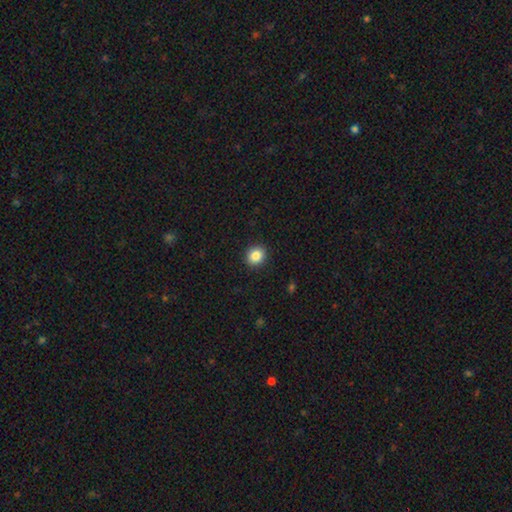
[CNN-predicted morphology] A smooth galaxy with no disk features (86%) that is round (73%).

Vote fractions:
- Smooth or featured? smooth: 86% / star or artifact: 9% / featured or disk: 4%
- How rounded? round: 73% / in between: 26% / cigar-shaped: 1%
- Merging? none: 91% / minor disturbance: 6% / major disturbance: 2% / merger: 1%